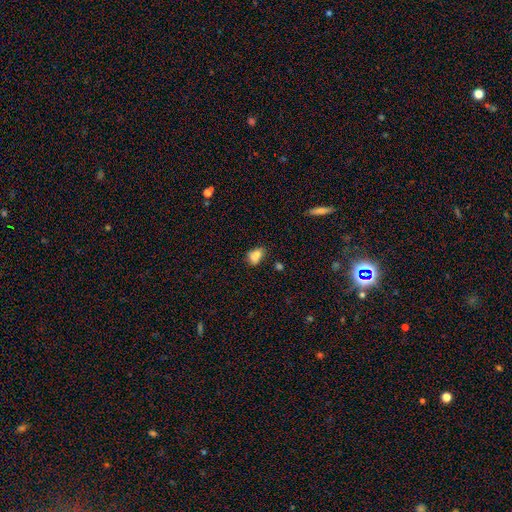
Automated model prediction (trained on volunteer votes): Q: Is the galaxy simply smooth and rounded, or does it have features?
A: smooth — 75%.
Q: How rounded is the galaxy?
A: in between — 73%.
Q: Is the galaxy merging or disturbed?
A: none — 43%.